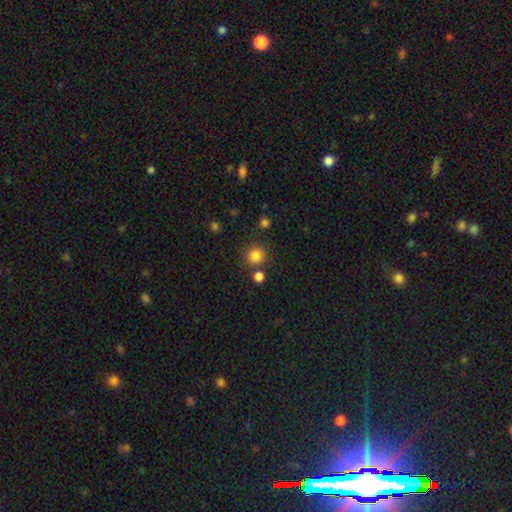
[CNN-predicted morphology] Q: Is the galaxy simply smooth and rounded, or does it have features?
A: smooth — 83%.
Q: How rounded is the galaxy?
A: round — 89%.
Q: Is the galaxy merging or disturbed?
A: none — 79%.